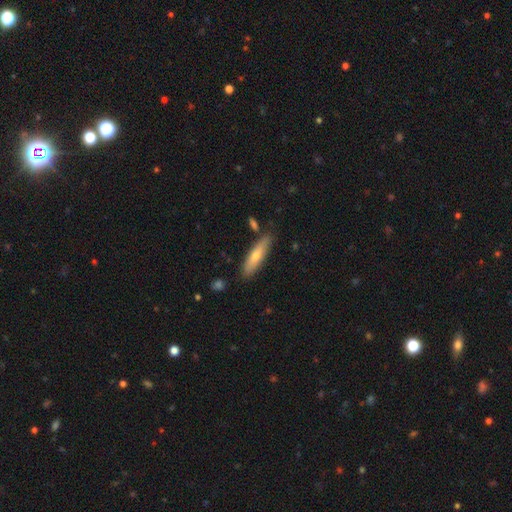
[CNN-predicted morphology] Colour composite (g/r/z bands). It shows a smooth galaxy with no disk features (62%) that is cigar-shaped (75%). Merging: none (83%).